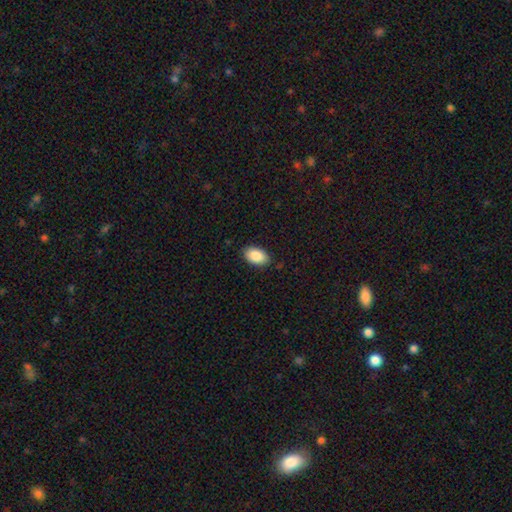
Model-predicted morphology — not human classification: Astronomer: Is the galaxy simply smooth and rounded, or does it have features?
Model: smooth — 88%.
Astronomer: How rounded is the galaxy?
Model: in between — 92%.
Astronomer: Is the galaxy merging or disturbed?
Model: none — 86%.